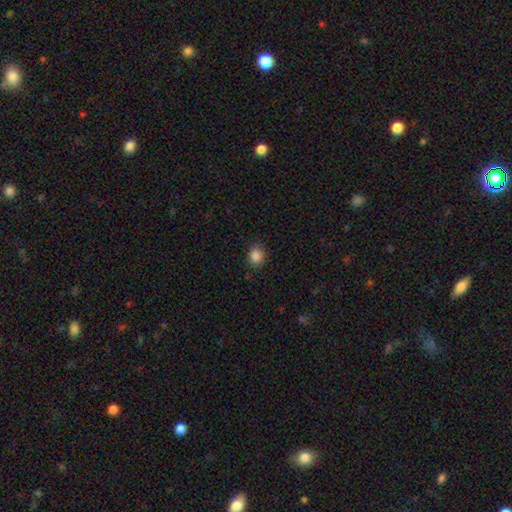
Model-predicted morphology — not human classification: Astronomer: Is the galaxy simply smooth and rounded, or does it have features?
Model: smooth — 87%.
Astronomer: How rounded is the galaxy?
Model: round — 52% (runner-up: in between, 47%).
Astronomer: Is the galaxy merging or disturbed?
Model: none — 85%.